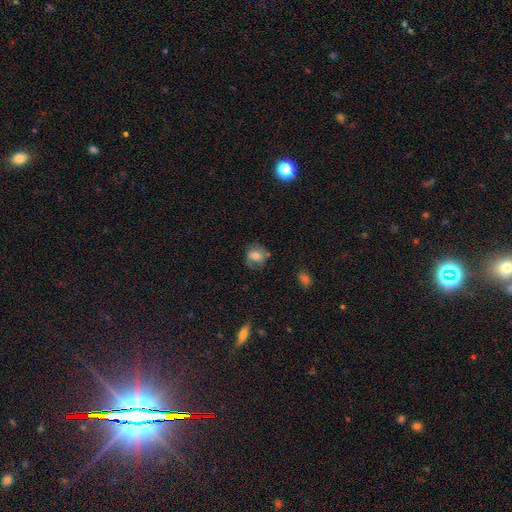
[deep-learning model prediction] Smooth or featured?
  - smooth: 58% *
  - featured or disk: 32%
  - star or artifact: 10%
How rounded?
  - round: 68% *
  - in between: 31%
  - cigar-shaped: 1%
Merging?
  - none: 64% *
  - minor disturbance: 23%
  - major disturbance: 10%
  - merger: 3%